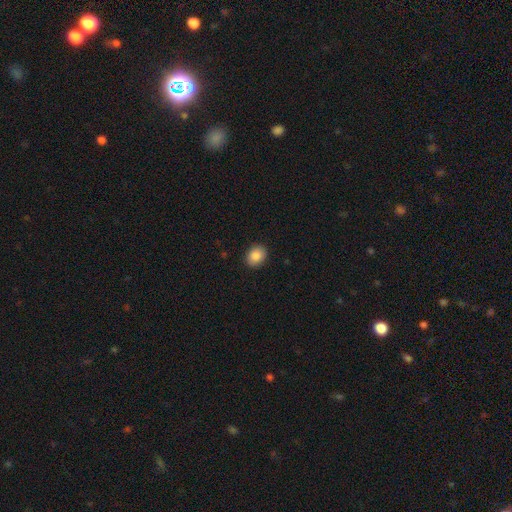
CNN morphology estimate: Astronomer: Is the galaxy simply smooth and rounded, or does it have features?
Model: smooth — 87%.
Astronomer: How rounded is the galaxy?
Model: in between — 57% (runner-up: round, 42%).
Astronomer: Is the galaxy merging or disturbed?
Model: none — 90%.